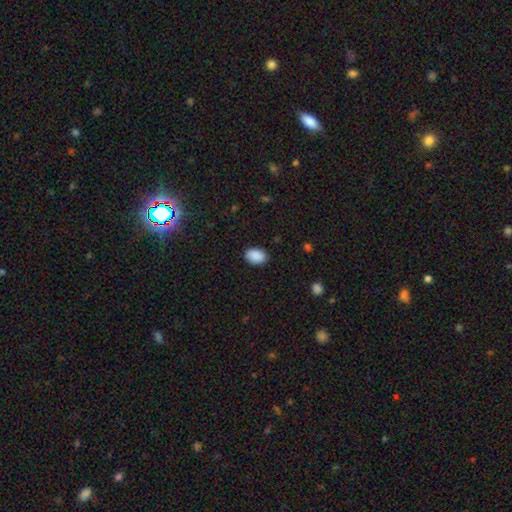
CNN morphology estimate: type=smooth (90%); roundness=in between (83%); merging=none (87%).